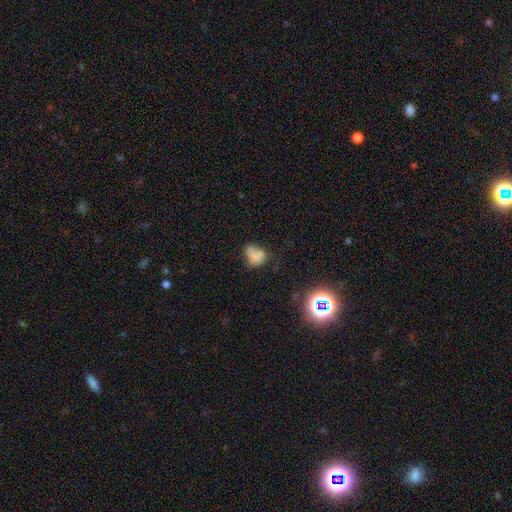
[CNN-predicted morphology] A smooth galaxy with no disk features (65%) that is in between round and cigar-shaped (68%).

Vote fractions:
- Smooth or featured? smooth: 65% / featured or disk: 20% / star or artifact: 16%
- How rounded? in between: 68% / round: 31% / cigar-shaped: 2%
- Merging? none: 34% / minor disturbance: 28% / major disturbance: 20% / merger: 18%